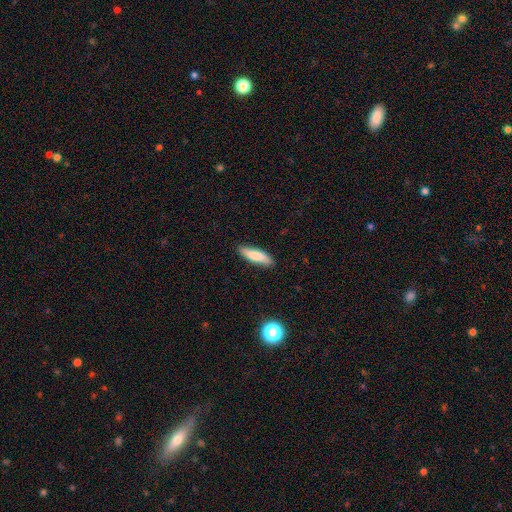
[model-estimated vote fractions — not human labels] Smooth or featured: smooth — 79% (featured or disk — 15%)
How rounded: cigar-shaped — 62% (in between — 36%)
Merging: none — 87% (minor disturbance — 10%)